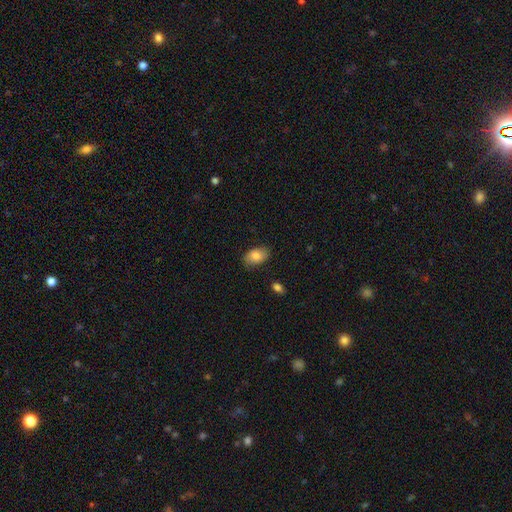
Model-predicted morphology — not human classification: A smooth galaxy with no disk features (82%) that is in between round and cigar-shaped (90%).

Vote fractions:
- Smooth or featured? smooth: 82% / featured or disk: 11% / star or artifact: 7%
- How rounded? in between: 90% / round: 9% / cigar-shaped: 1%
- Merging? none: 83% / minor disturbance: 14% / major disturbance: 3% / merger: 1%